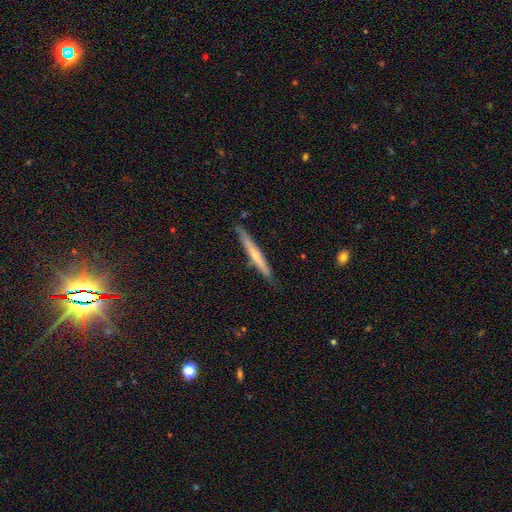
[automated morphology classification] Q: Smooth or featured?
A: featured or disk (48%); runner-up: smooth (46%)
Q: Merging?
A: none (86%); runner-up: minor disturbance (11%)